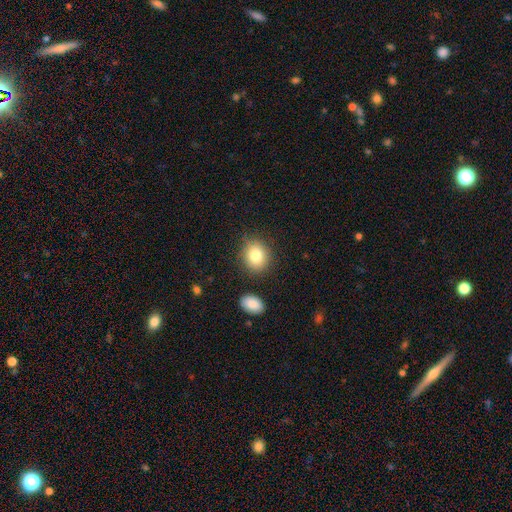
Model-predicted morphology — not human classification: This is clearly a smooth galaxy (82%). How rounded: likely round (68%). Merging: clearly none (82%).